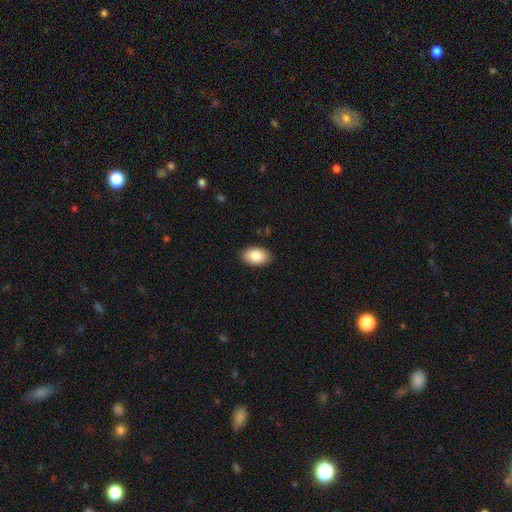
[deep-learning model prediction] smooth-or-featured: smooth: 86% | featured or disk: 8% | star or artifact: 7%
  how-rounded: in between: 92% | round: 6% | cigar-shaped: 1%
  merging: none: 89% | minor disturbance: 8% | major disturbance: 2% | merger: 1%